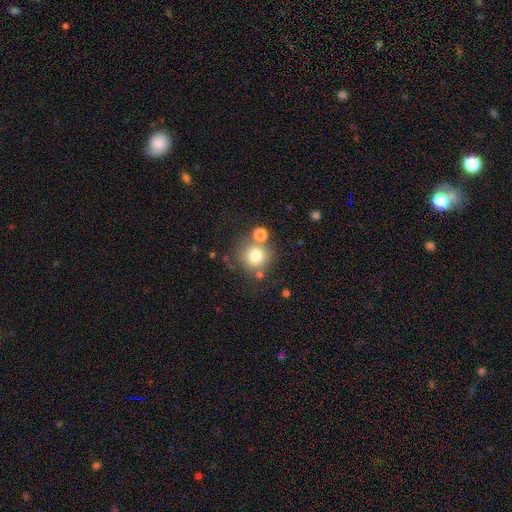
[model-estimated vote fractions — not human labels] A smooth galaxy with no disk features (75%) that is round (91%).

Vote fractions:
- Smooth or featured? smooth: 75% / star or artifact: 13% / featured or disk: 12%
- How rounded? round: 91% / in between: 8% / cigar-shaped: 1%
- Merging? none: 68% / merger: 16% / minor disturbance: 11% / major disturbance: 5%